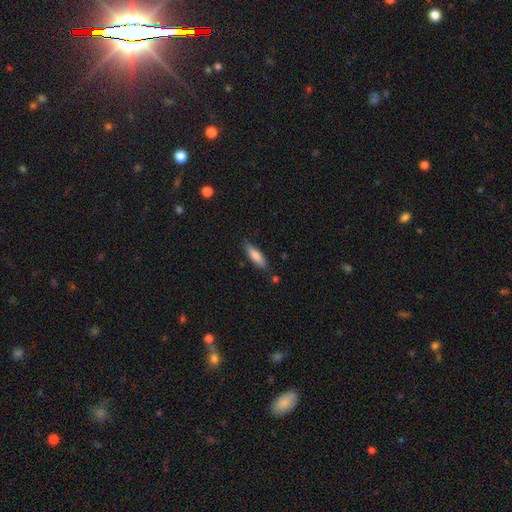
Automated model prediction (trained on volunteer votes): A smooth galaxy with no disk features (82%) that is cigar-shaped (57%).

Vote fractions:
- Smooth or featured? smooth: 82% / featured or disk: 12% / star or artifact: 6%
- How rounded? cigar-shaped: 57% / in between: 41% / round: 2%
- Merging? none: 81% / minor disturbance: 14% / major disturbance: 3% / merger: 2%